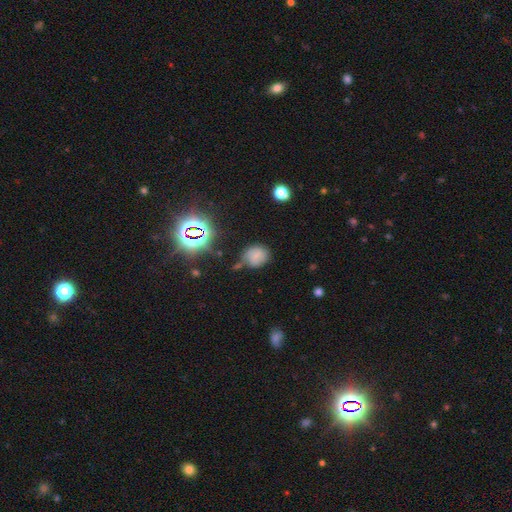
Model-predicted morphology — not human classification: smooth-or-featured: smooth: 64% | star or artifact: 21% | featured or disk: 15%
  how-rounded: round: 73% | in between: 26% | cigar-shaped: 1%
  merging: none: 60% | minor disturbance: 23% | merger: 9% | major disturbance: 7%